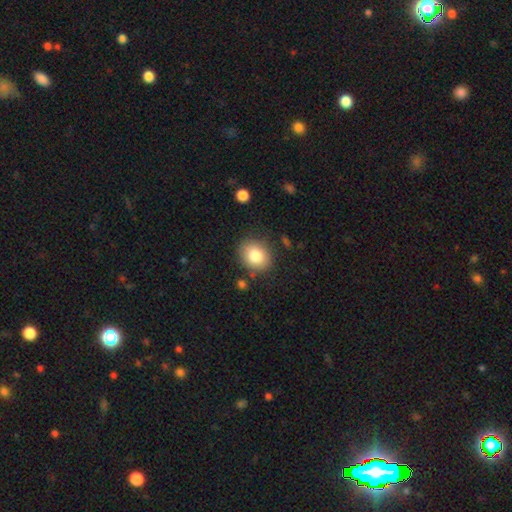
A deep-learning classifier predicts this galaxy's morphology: Smooth or featured? smooth (81%)
How rounded? round (65%)
Merging? none (82%)